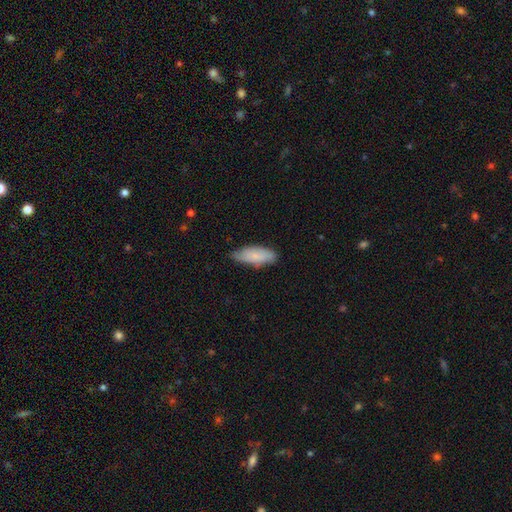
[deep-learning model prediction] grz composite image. It shows a smooth galaxy with no disk features (78%) that is in between round and cigar-shaped (70%). Merging: none (74%).